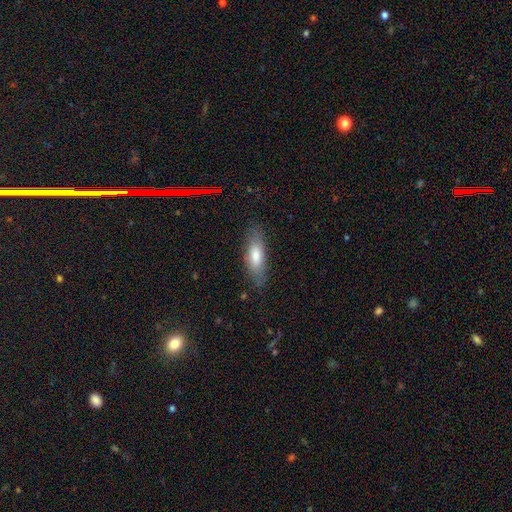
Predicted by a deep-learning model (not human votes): Smooth or featured? Predicted: smooth (p=0.72). How rounded? Predicted: in between (p=0.61). Merging? Predicted: none (p=0.79).